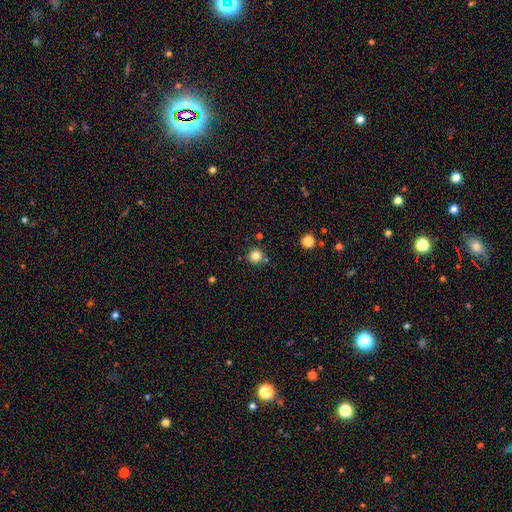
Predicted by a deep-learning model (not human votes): This is clearly a smooth galaxy (82%). How rounded: clearly round (94%). Merging: clearly none (84%).